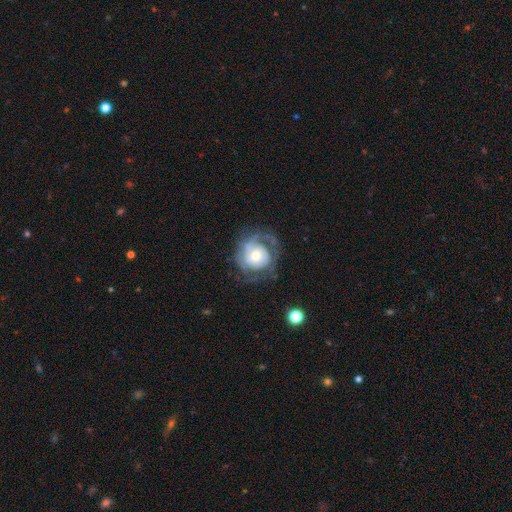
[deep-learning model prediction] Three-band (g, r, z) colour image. It shows a featured or disk galaxy (70%) with no bar (75%), tight (52%) spiral arms (77%) and a moderate central bulge (60%). Merging: none (55%).